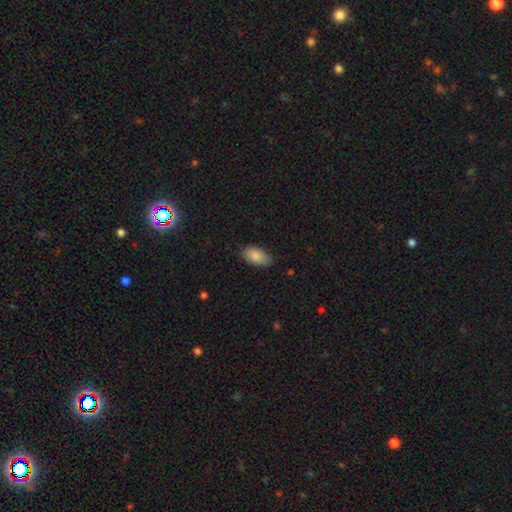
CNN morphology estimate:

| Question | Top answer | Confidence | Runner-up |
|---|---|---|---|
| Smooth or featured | smooth | 88% | star or artifact (6%) |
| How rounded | in between | 94% | round (4%) |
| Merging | none | 79% | minor disturbance (18%) |